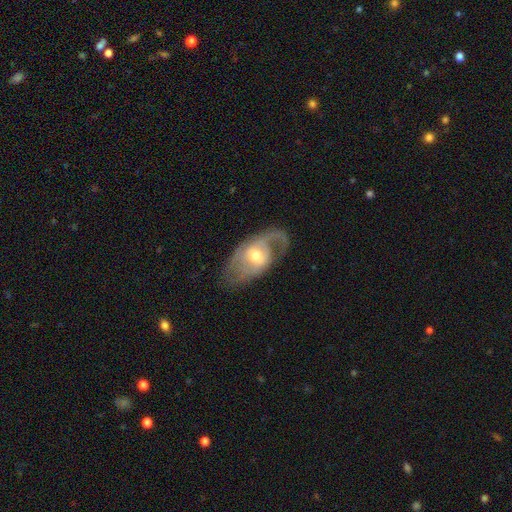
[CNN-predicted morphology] A featured or disk galaxy (73%) with no bar (52%), 2 (44%) medium (41%) spiral arms (80%) and a moderate central bulge (66%).

Vote fractions:
- Smooth or featured? featured or disk: 73% / smooth: 22% / star or artifact: 6%
- Edge-on disk? no: 93% / yes: 7%
- Bar? no: 52% / weak: 38% / strong: 10%
- Spiral arms? yes: 80% / no: 20%
- Spiral winding? medium: 41% / loose: 33% / tight: 26%
- Spiral arm count? 2: 44% / 1: 35% / can't tell: 16% / 3: 3% / 4: 1% / more than 4: 1%
- Bulge size? moderate: 66% / small: 24% / large: 8% / none: 1% / dominant: 1%
- Merging? none: 54% / minor disturbance: 22% / major disturbance: 22% / merger: 2%